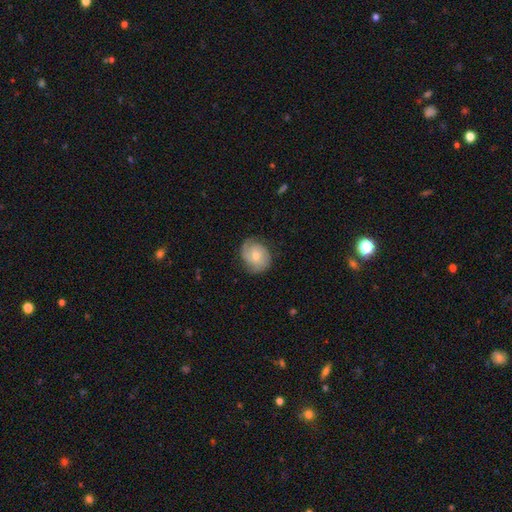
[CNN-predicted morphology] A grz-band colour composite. It shows a featured or disk galaxy (59%) with no bar (71%), spiral arms (86%) and a moderate central bulge (58%). Merging: none (73%).